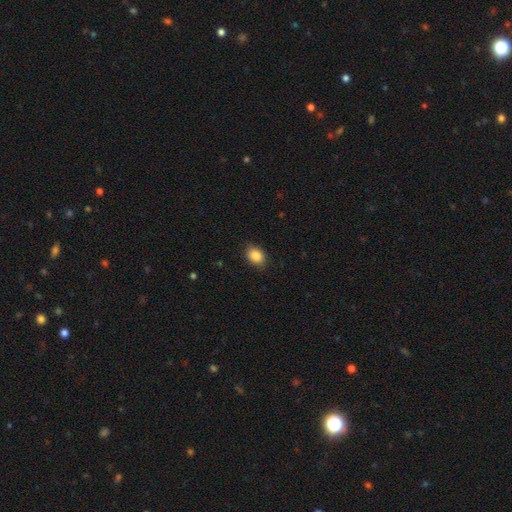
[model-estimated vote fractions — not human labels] A smooth galaxy with no disk features (86%) that is in between round and cigar-shaped (68%).

Vote fractions:
- Smooth or featured? smooth: 86% / star or artifact: 9% / featured or disk: 5%
- How rounded? in between: 68% / round: 31% / cigar-shaped: 1%
- Merging? none: 87% / minor disturbance: 10% / major disturbance: 2% / merger: 1%